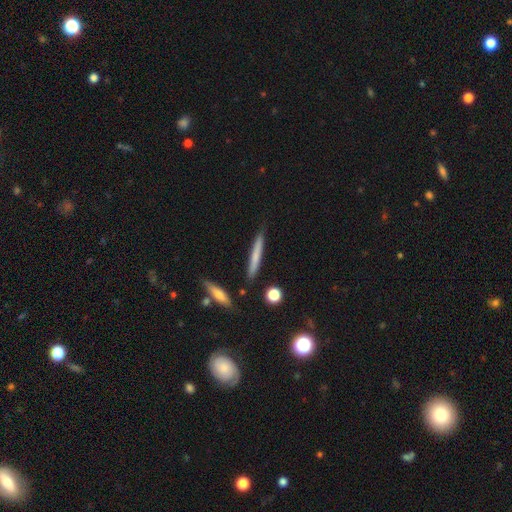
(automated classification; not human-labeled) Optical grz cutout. It shows a smooth galaxy with no disk features (63%) that is cigar-shaped (95%). Merging: none (86%).